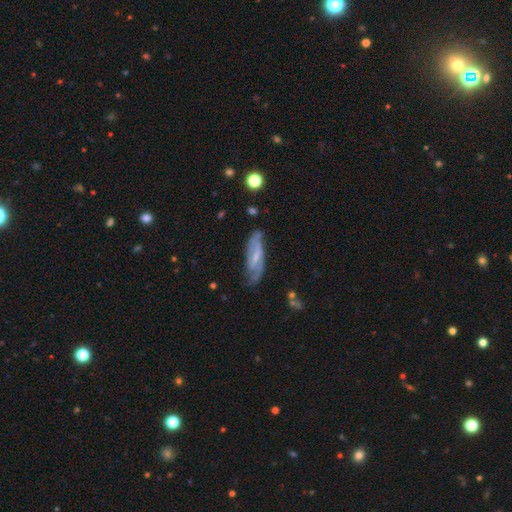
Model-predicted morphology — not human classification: Overall: featured or disk (73%). Edge-on disk: no (81%). Bar: weak (46%; strong 30%). Spiral arms: yes (87%). Spiral arm count: 2 (66%). Spiral winding: medium (42%; tight 36%). Bulge size: small (55%; moderate 26%). Merging: none (66%).